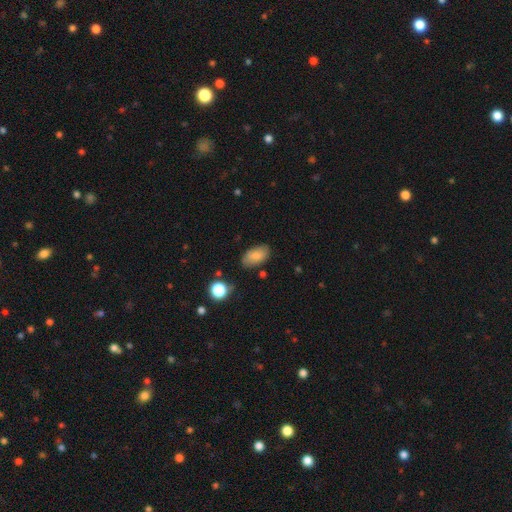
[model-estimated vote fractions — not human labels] Q: Smooth or featured?
A: smooth (83%); runner-up: featured or disk (9%)
Q: How rounded?
A: in between (93%); runner-up: round (5%)
Q: Merging?
A: none (77%); runner-up: minor disturbance (17%)